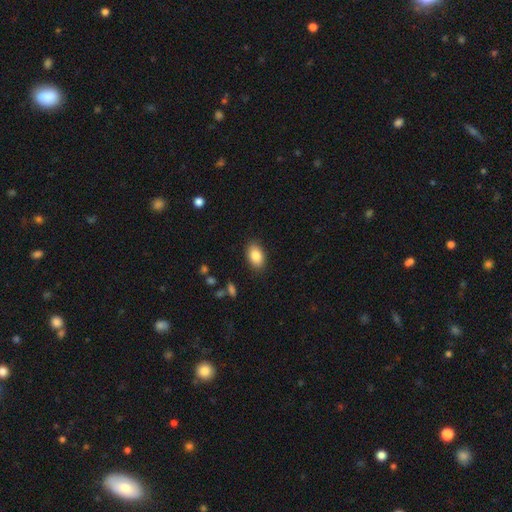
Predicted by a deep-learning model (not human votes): Q: Smooth or featured?
A: smooth (86%); runner-up: star or artifact (7%)
Q: How rounded?
A: in between (90%); runner-up: round (8%)
Q: Merging?
A: none (87%); runner-up: minor disturbance (10%)